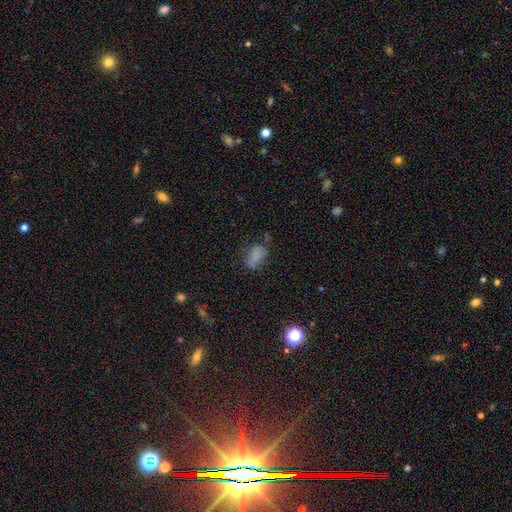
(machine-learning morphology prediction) Smooth or featured? smooth (70%)
How rounded? in between (86%)
Merging? none (47%)